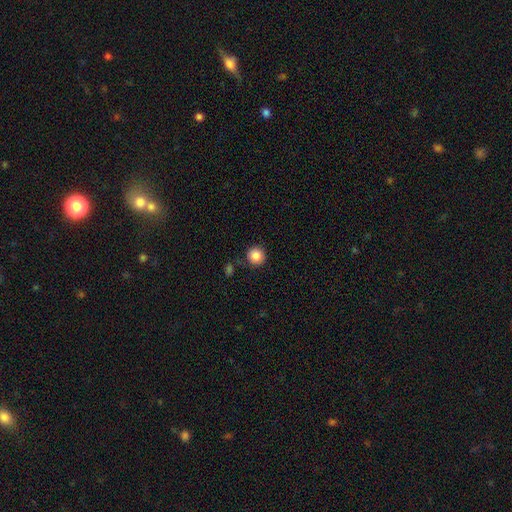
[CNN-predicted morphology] smooth 86%, star or artifact 10%, featured or disk 4%. Down the decision tree: how rounded — round (94%); merging — none (85%).